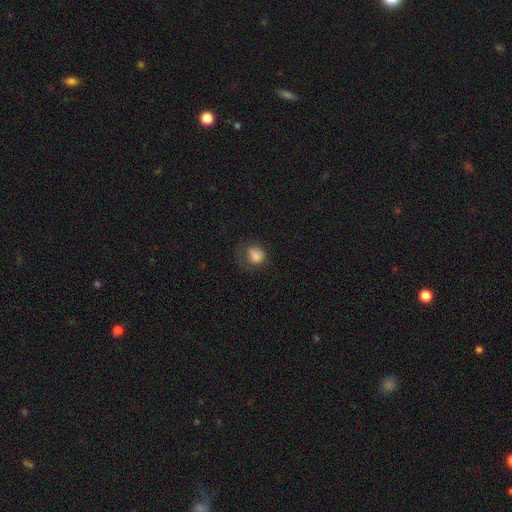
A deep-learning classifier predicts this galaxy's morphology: smooth 78%, featured or disk 12%, star or artifact 10%. Down the decision tree: how rounded — round (61%); merging — none (43%).